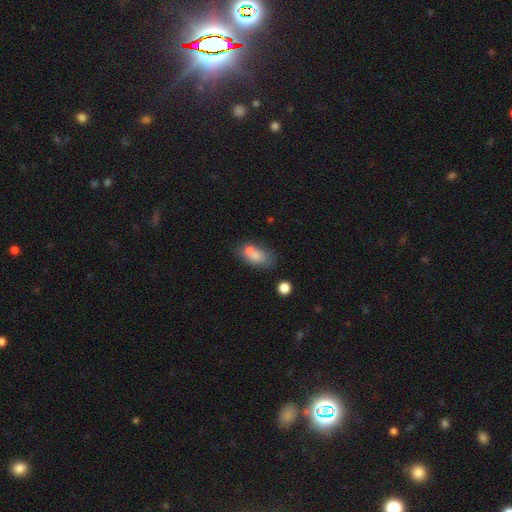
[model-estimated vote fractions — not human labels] Smooth or featured?
  - smooth: 71% *
  - featured or disk: 18%
  - star or artifact: 11%
How rounded?
  - in between: 81% *
  - round: 13%
  - cigar-shaped: 6%
Merging?
  - merger: 37% * (tied)
  - none: 37% * (tied)
  - minor disturbance: 17%
  - major disturbance: 9%